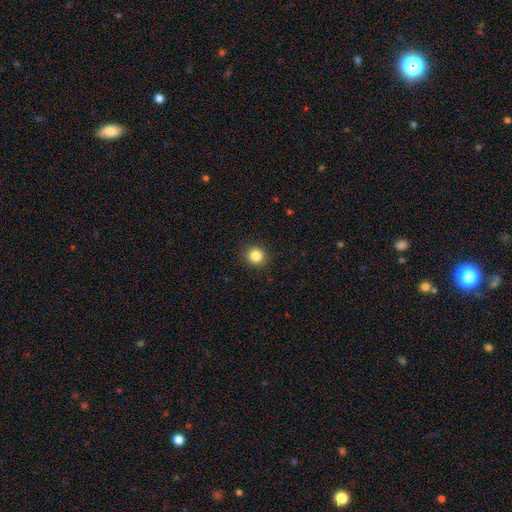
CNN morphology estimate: Q: Smooth or featured?
A: smooth (84%); runner-up: star or artifact (11%)
Q: How rounded?
A: round (91%); runner-up: in between (8%)
Q: Merging?
A: none (92%); runner-up: minor disturbance (6%)